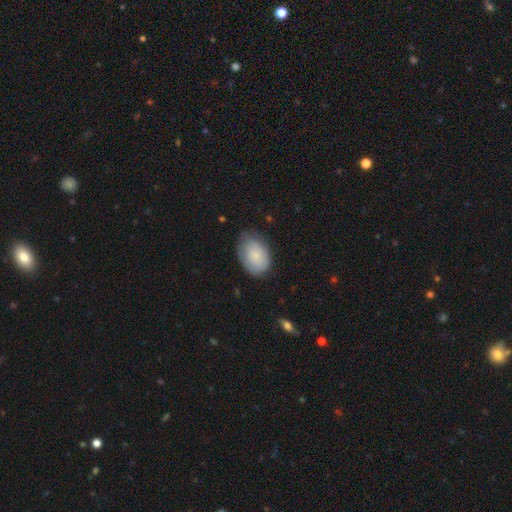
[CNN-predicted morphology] Smooth or featured? Predicted: smooth (p=0.79). How rounded? Predicted: in between (p=0.82). Merging? Predicted: none (p=0.64).